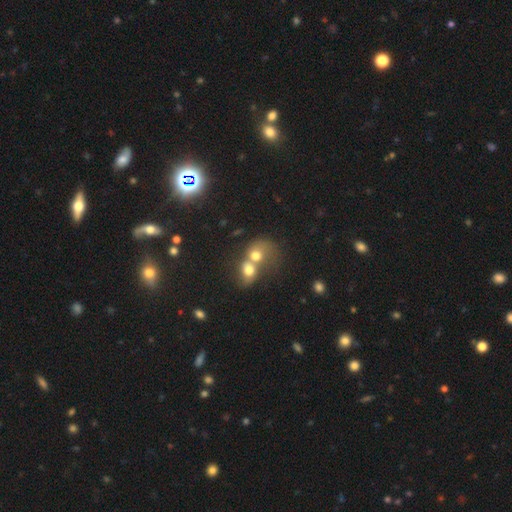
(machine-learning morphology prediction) This is likely a smooth galaxy (64%). How rounded: possibly round (57%). Merging: clearly merger (81%).